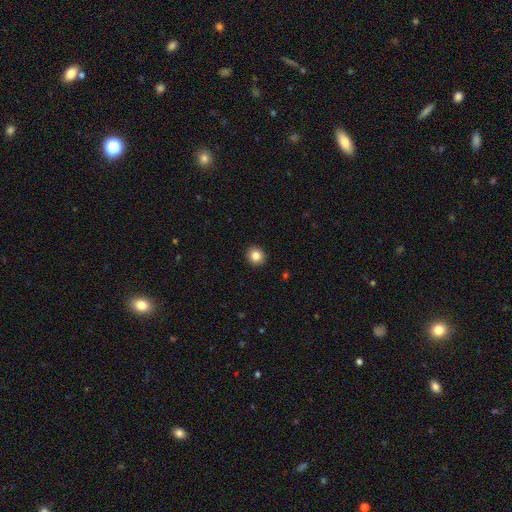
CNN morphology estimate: smooth 84%, star or artifact 10%, featured or disk 6%. Down the decision tree: how rounded — round (86%); merging — none (93%).